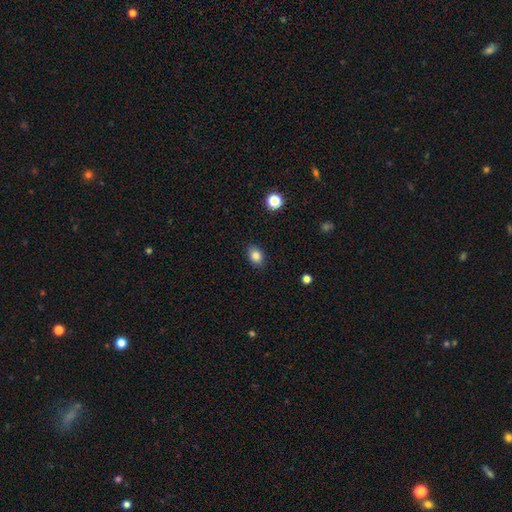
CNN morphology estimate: type=smooth (84%); roundness=in between (63%); merging=none (86%).